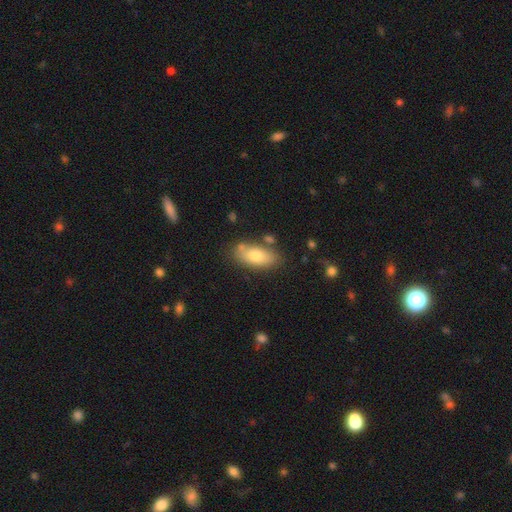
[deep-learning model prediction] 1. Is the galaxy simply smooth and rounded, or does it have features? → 75% smooth, 18% featured or disk, 7% star or artifact.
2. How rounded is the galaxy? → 86% in between, 11% cigar-shaped, 3% round.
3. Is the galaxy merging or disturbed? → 74% none, 16% minor disturbance, 7% merger, 4% major disturbance.